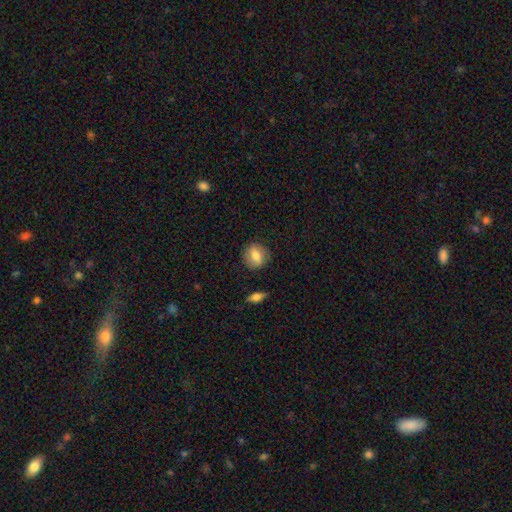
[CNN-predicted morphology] smooth 74%, featured or disk 18%, star or artifact 8%. Down the decision tree: how rounded — round (62%); merging — none (83%).